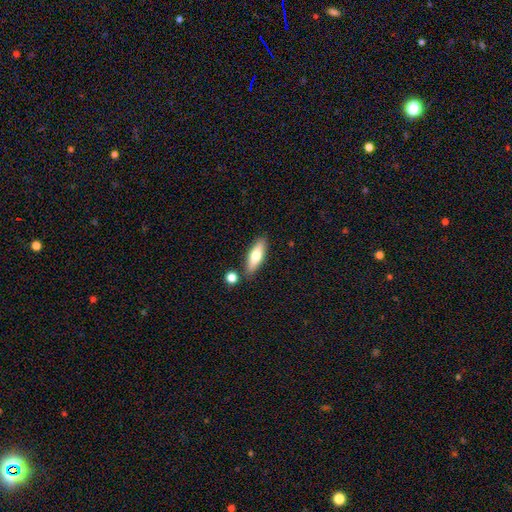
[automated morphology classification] This is likely a smooth galaxy (66%). How rounded: possibly in between (50%). Merging: clearly none (81%).